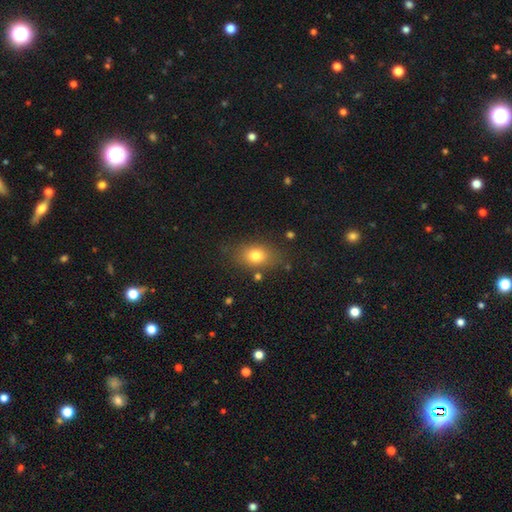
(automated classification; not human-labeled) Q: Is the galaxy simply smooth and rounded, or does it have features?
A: smooth — 79%.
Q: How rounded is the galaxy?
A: in between — 74%.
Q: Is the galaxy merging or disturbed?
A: none — 79%.